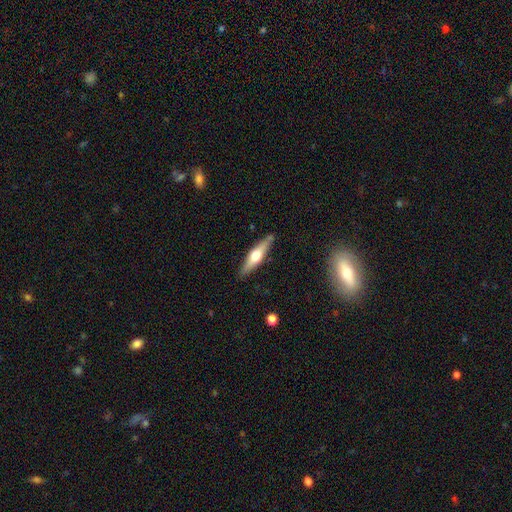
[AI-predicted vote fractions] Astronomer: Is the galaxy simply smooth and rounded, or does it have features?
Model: featured or disk — 54% (runner-up: smooth, 41%).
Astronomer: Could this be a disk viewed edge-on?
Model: yes — 93%.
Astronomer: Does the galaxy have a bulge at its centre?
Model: rounded — 92%.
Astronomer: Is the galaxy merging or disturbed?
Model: none — 85%.